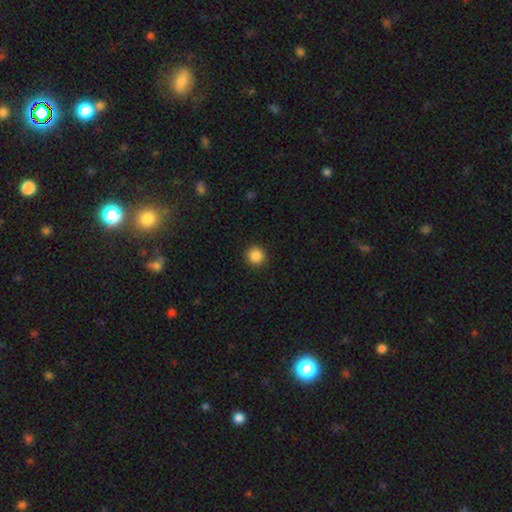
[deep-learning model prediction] Smooth or featured? Predicted: smooth (p=0.87). How rounded? Predicted: round (p=0.95). Merging? Predicted: none (p=0.92).